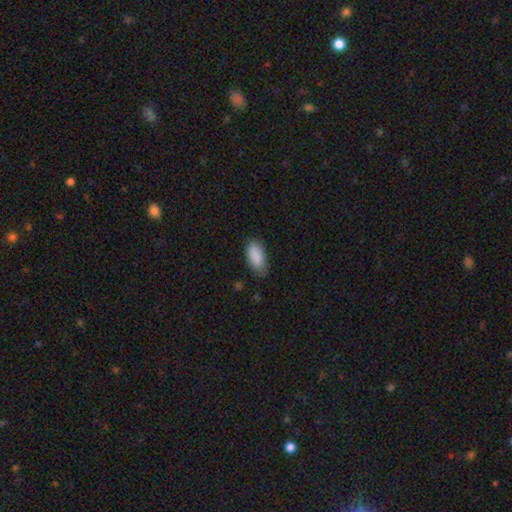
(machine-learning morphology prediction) This appears to be a smooth galaxy with no disk features (89%) that is in between round and cigar-shaped (92%). Merging: none (75%).